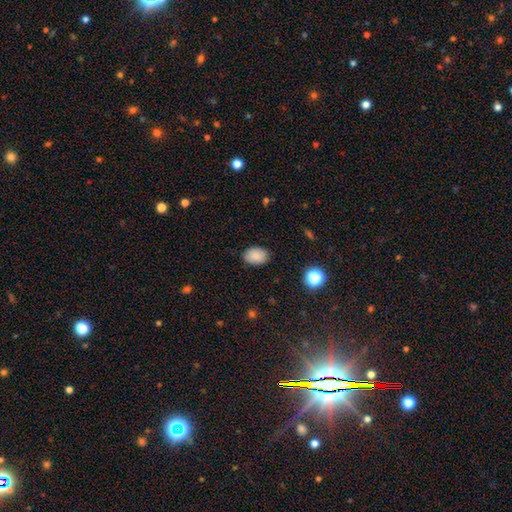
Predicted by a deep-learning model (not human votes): Smooth or featured? smooth (86%)
How rounded? in between (81%)
Merging? none (85%)